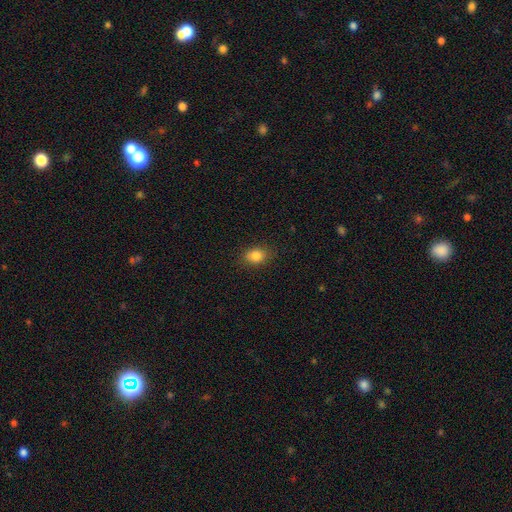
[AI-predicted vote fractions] Overall: smooth (84%). How rounded: in between (67%; round 31%). Merging: none (85%).